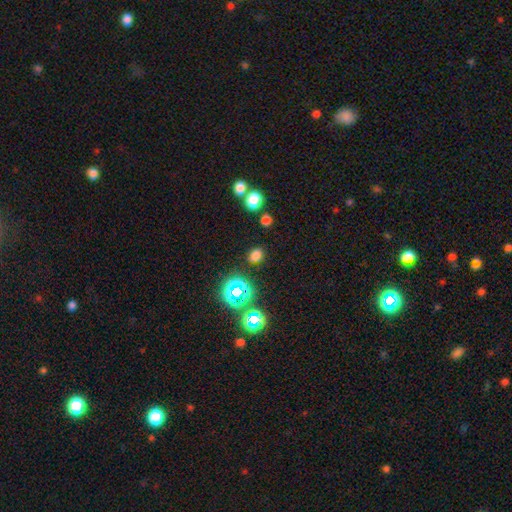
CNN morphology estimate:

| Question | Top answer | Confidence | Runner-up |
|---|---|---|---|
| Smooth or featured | smooth | 69% | star or artifact (26%) |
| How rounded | in between | 56% | round (43%) |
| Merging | none | 81% | minor disturbance (11%) |